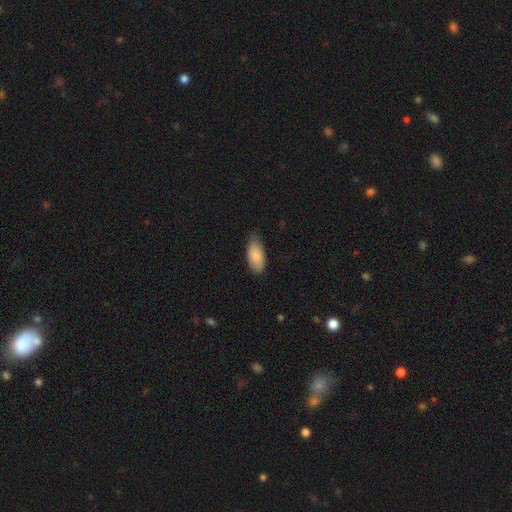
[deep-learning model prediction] smooth_or_featured: smooth (p=0.86) [alt: featured or disk p=0.08]
how_rounded: in between (p=0.91) [alt: cigar-shaped p=0.06]
merging: none (p=0.68) [alt: minor disturbance p=0.27]